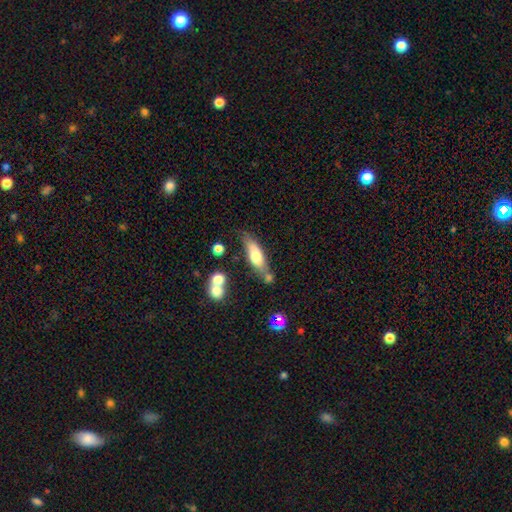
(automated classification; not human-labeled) This appears to be a smooth galaxy with no disk features (64%) that is in between round and cigar-shaped (49%, tied with cigar-shaped). Merging: none (59%).